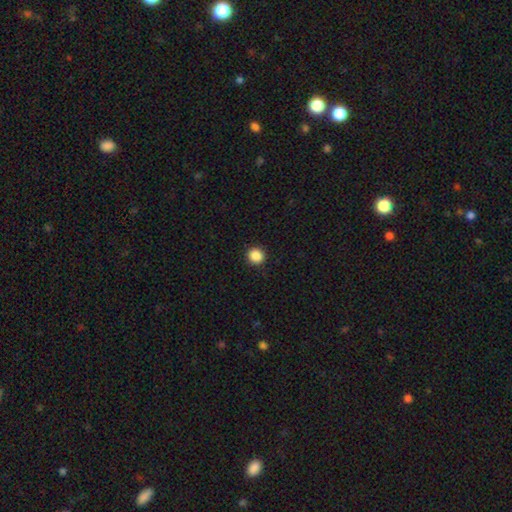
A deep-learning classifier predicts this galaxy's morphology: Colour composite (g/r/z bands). It shows a smooth galaxy with no disk features (88%) that is round (91%). Merging: none (92%).